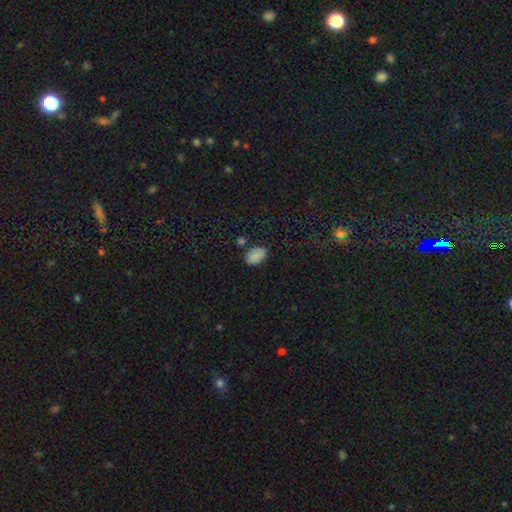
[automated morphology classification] This appears to be a smooth galaxy with no disk features (85%) that is in between round and cigar-shaped (85%). Merging: none (78%).